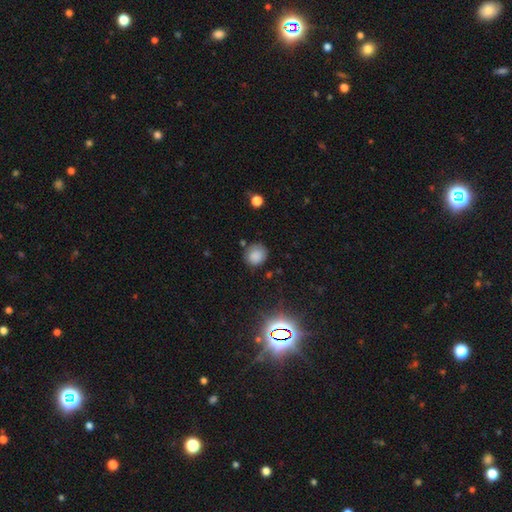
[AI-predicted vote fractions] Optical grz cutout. It shows a smooth galaxy with no disk features (82%) that is round (85%). Merging: none (80%).